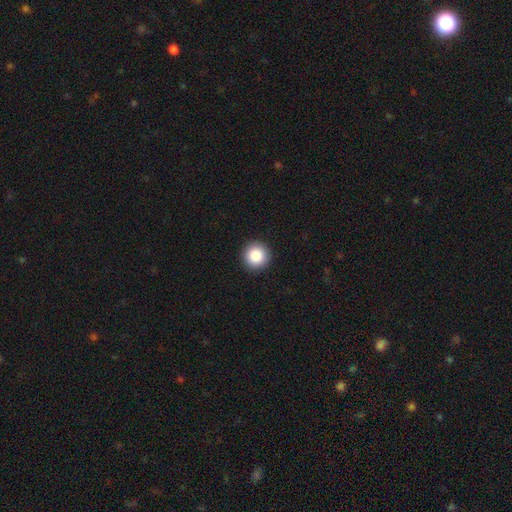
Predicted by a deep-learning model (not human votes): Smooth or featured: smooth — 86% (star or artifact — 9%)
How rounded: round — 96% (in between — 3%)
Merging: none — 93% (minor disturbance — 4%)